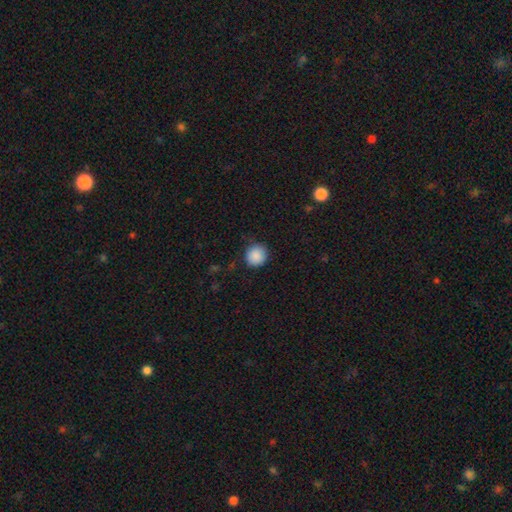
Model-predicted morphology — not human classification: Smooth or featured? smooth (89%)
How rounded? round (90%)
Merging? none (84%)